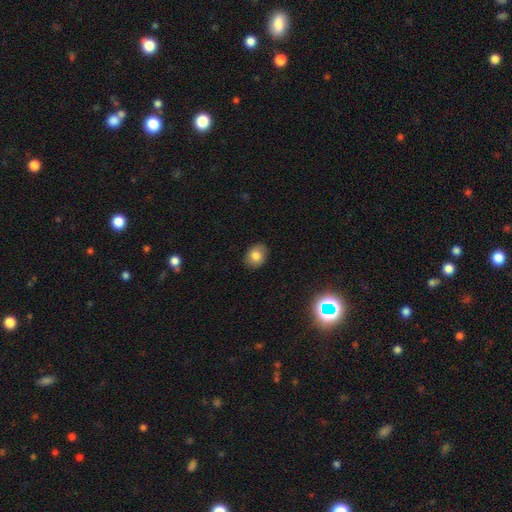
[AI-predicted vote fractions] This is likely a smooth galaxy (80%). How rounded: possibly in between (53%). Merging: clearly none (86%).